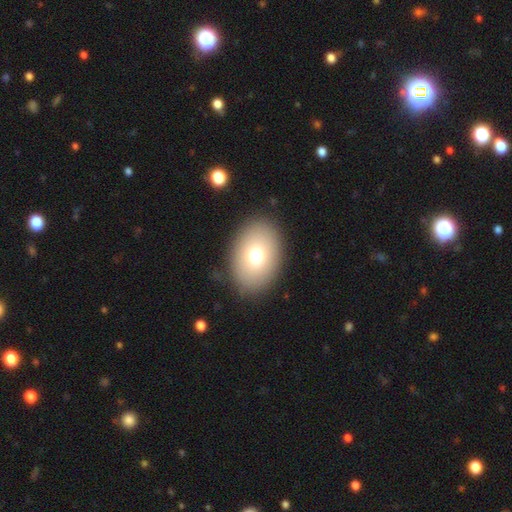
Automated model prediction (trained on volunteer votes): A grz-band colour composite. It shows a smooth galaxy with no disk features (72%) that is in between round and cigar-shaped (79%). Merging: none (87%).